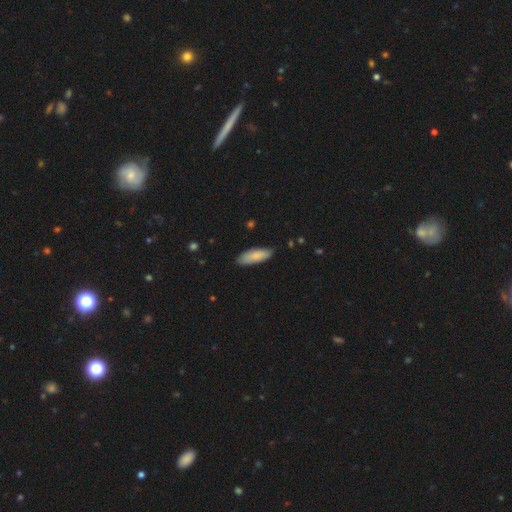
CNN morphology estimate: smooth-or-featured: smooth: 85% | featured or disk: 10% | star or artifact: 5%
  how-rounded: in between: 62% | cigar-shaped: 36% | round: 2%
  merging: none: 81% | minor disturbance: 16% | major disturbance: 2% | merger: 1%